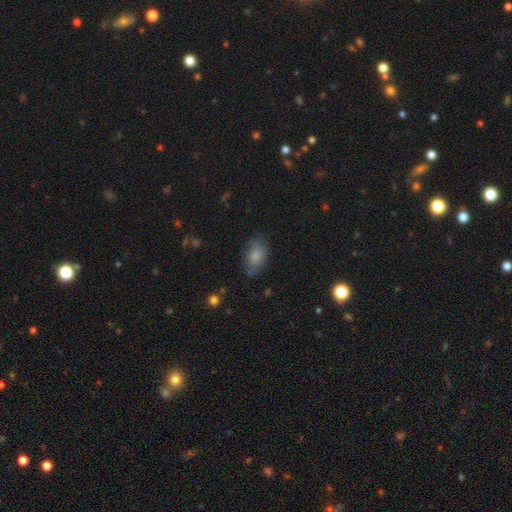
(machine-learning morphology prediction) Smooth or featured: smooth — 79% (featured or disk — 12%)
How rounded: in between — 87% (round — 11%)
Merging: none — 64% (minor disturbance — 25%)